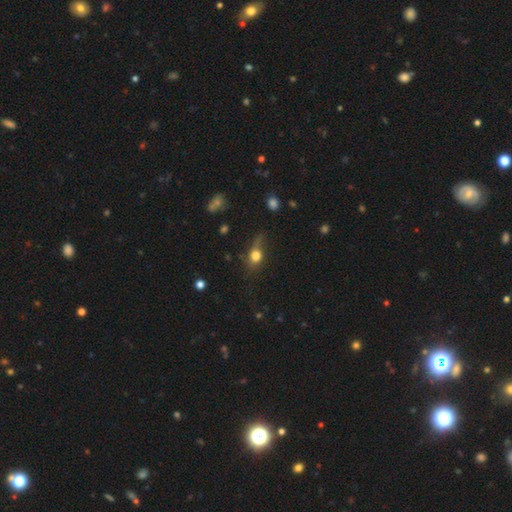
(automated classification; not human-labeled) The model was most divided on "how rounded": in between: 48%, round: 46%, cigar-shaped: 6%. Remaining: smooth or featured — smooth (70%); merging — none (45%).